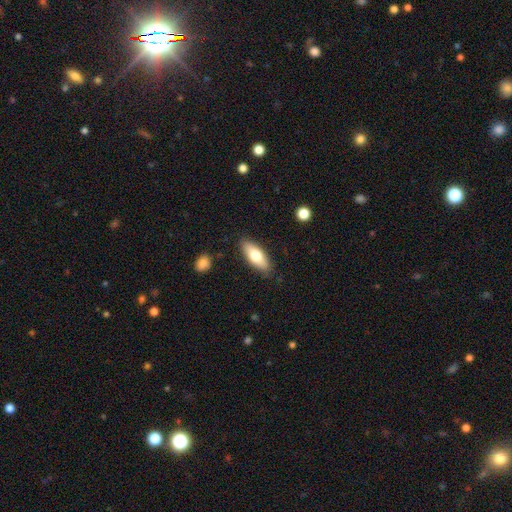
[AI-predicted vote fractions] Smooth or featured? Predicted: smooth (p=0.71). How rounded? Predicted: in between (p=0.78). Merging? Predicted: none (p=0.86).